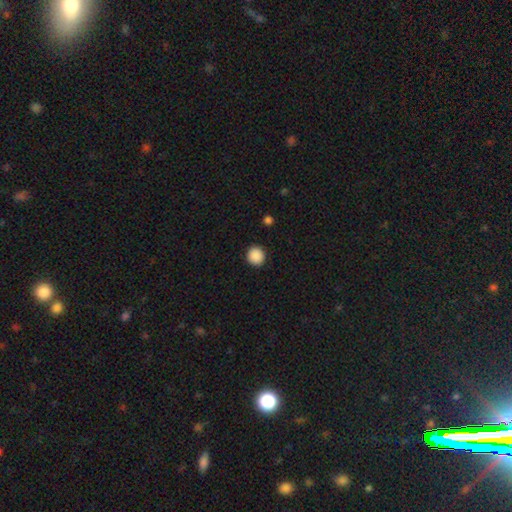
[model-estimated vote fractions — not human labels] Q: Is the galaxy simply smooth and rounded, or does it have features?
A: smooth — 89%.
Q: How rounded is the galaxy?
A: round — 93%.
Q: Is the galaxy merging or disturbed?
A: none — 92%.